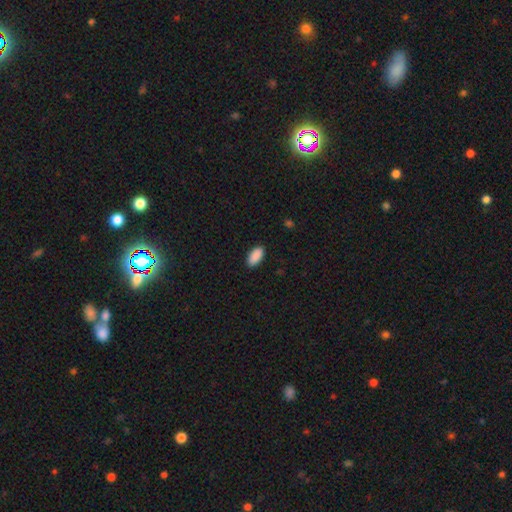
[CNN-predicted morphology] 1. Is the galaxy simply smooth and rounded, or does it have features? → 91% smooth, 7% star or artifact, 3% featured or disk.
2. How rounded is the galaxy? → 94% in between, 4% cigar-shaped, 2% round.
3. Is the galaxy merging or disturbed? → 89% none, 8% minor disturbance, 2% major disturbance, 1% merger.